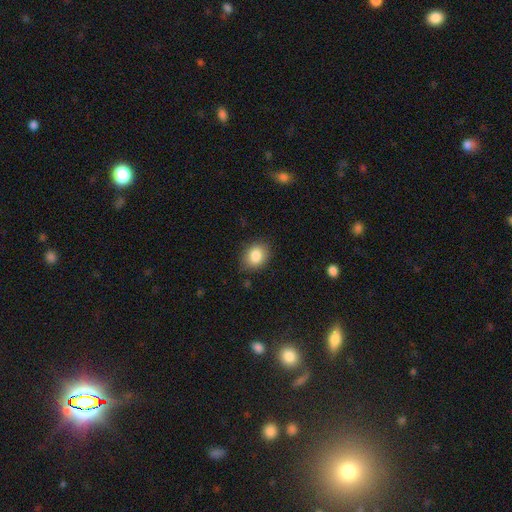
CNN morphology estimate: Smooth or featured: smooth — 85% (star or artifact — 8%)
How rounded: in between — 55% (round — 44%)
Merging: none — 82% (minor disturbance — 14%)